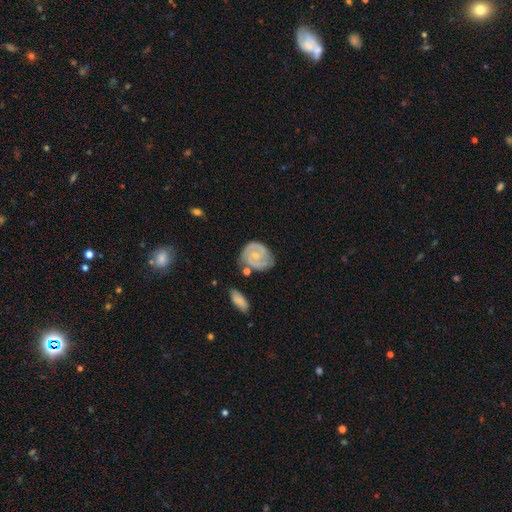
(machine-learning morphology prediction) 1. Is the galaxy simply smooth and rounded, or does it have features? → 73% featured or disk, 22% smooth, 5% star or artifact.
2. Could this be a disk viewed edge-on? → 97% no, 3% yes.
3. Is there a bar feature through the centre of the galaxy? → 69% no, 27% weak, 5% strong.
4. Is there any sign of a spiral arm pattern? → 88% yes, 12% no.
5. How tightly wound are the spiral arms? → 59% tight, 32% medium, 9% loose.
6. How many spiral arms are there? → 55% 2, 23% can't tell, 12% 3, 6% 1, 2% 4, 2% more than 4.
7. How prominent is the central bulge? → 64% small, 32% moderate, 3% none, 1% large, 1% dominant.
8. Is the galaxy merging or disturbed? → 58% none, 25% minor disturbance, 9% major disturbance, 8% merger.